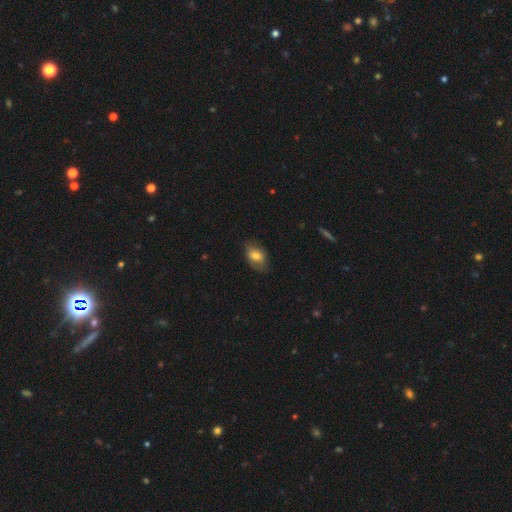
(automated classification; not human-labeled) Smooth or featured?
  - smooth: 70% *
  - featured or disk: 22%
  - star or artifact: 8%
How rounded?
  - in between: 86% *
  - round: 13%
  - cigar-shaped: 2%
Merging?
  - none: 73% *
  - minor disturbance: 20%
  - major disturbance: 6%
  - merger: 1%